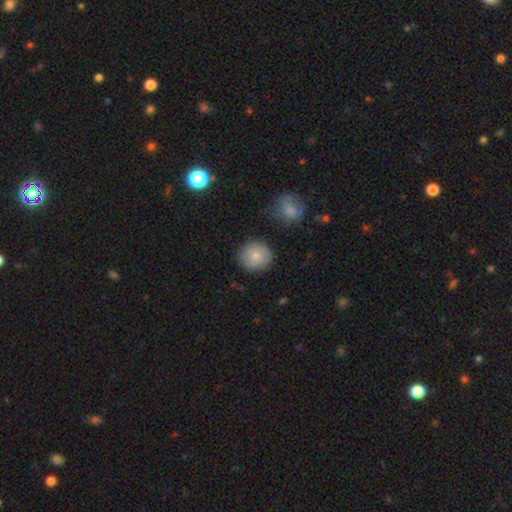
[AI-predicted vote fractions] smooth_or_featured: smooth (p=0.78) [alt: featured or disk p=0.15]
how_rounded: round (p=0.84) [alt: in between p=0.15]
merging: none (p=0.84) [alt: minor disturbance p=0.10]